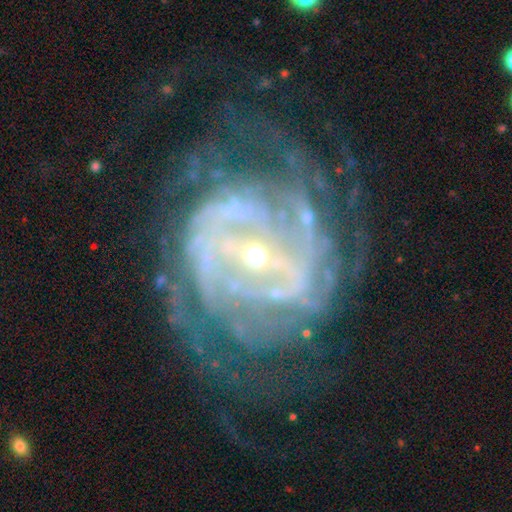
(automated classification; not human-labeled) The model was most divided on "bar": strong: 43%, weak: 34%, no: 23%. Remaining: edge-on disk — no (97%); spiral arms — yes (92%); smooth or featured — featured or disk (89%); bulge size — small (76%); merging — none (58%); spiral winding — tight (51%); spiral arm count — 2 (38%).